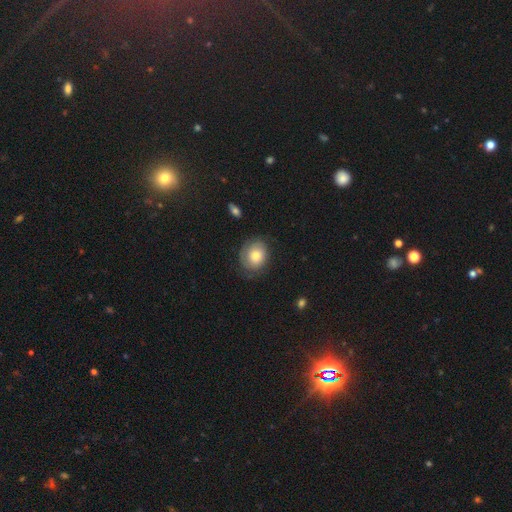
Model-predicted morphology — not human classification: This appears to be a smooth galaxy with no disk features (48%). Merging: none (71%).